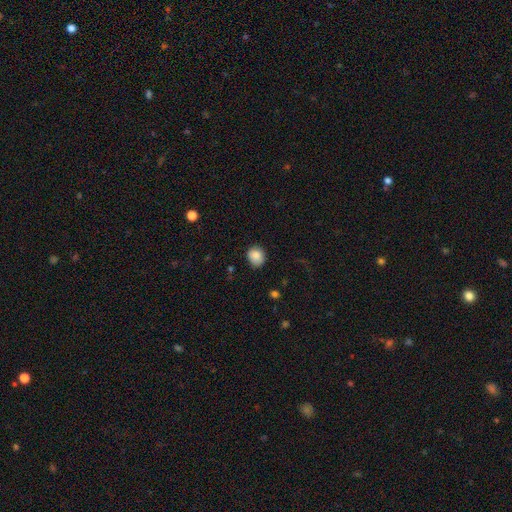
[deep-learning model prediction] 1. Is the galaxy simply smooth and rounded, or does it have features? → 86% smooth, 8% star or artifact, 6% featured or disk.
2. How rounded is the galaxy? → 69% round, 31% in between, 1% cigar-shaped.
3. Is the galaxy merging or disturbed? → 75% none, 20% minor disturbance, 4% major disturbance, 1% merger.